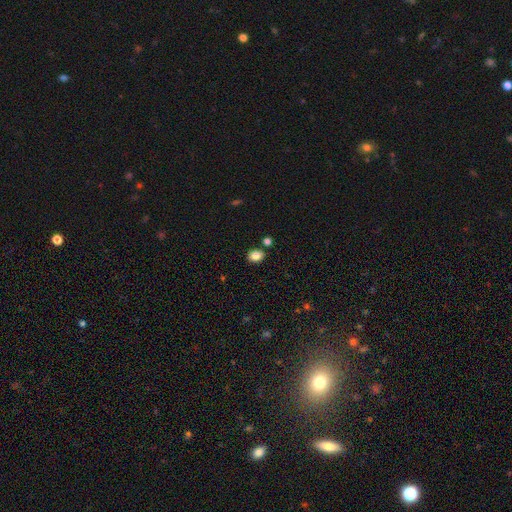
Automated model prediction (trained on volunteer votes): smooth-or-featured: smooth: 85% | star or artifact: 10% | featured or disk: 5%
  how-rounded: in between: 63% | round: 36% | cigar-shaped: 1%
  merging: none: 82% | minor disturbance: 10% | merger: 6% | major disturbance: 2%